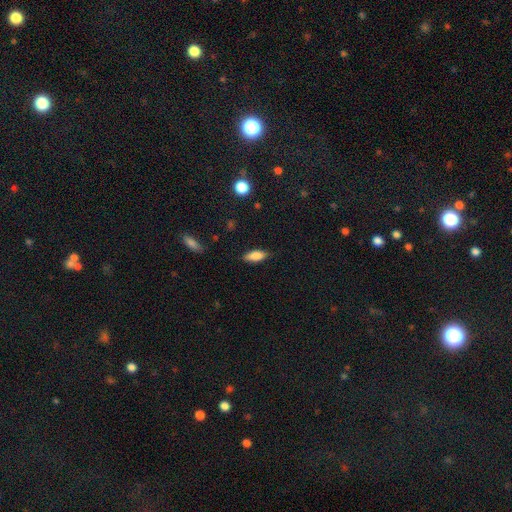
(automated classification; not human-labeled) Smooth or featured?
  - smooth: 82% *
  - featured or disk: 11%
  - star or artifact: 7%
How rounded?
  - in between: 73% *
  - cigar-shaped: 25%
  - round: 2%
Merging?
  - none: 84% *
  - minor disturbance: 12%
  - major disturbance: 3%
  - merger: 1%